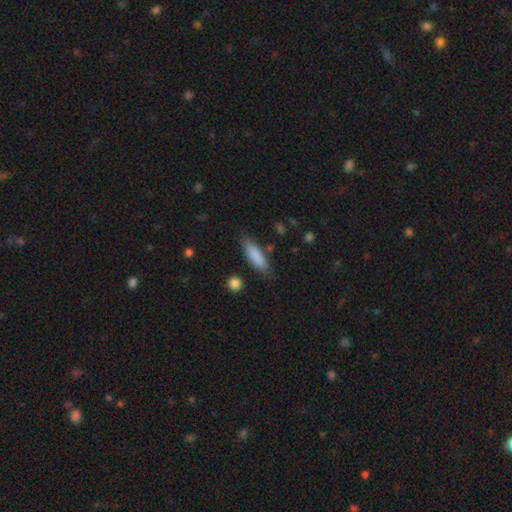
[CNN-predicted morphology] This appears to be a smooth galaxy with no disk features (85%) that is cigar-shaped (53%). Merging: none (81%).